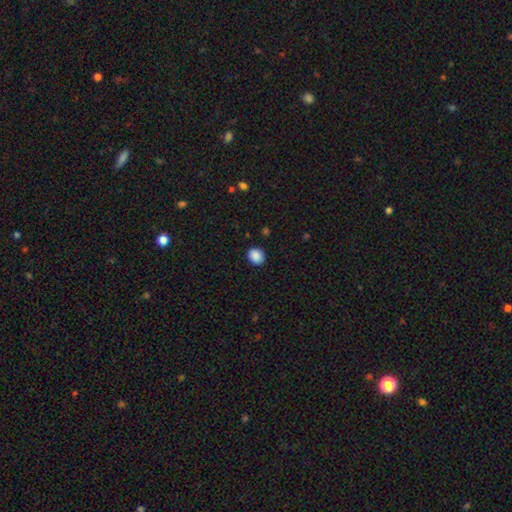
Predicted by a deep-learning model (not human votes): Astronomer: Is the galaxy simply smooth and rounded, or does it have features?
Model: smooth — 89%.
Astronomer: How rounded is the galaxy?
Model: round — 60% (runner-up: in between, 39%).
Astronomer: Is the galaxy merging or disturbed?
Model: none — 89%.